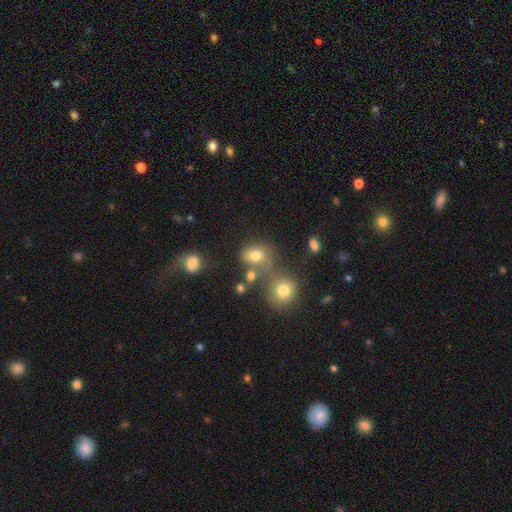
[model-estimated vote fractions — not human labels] This appears to be a smooth galaxy with no disk features (72%) that is round (62%). Merging: none (45%).